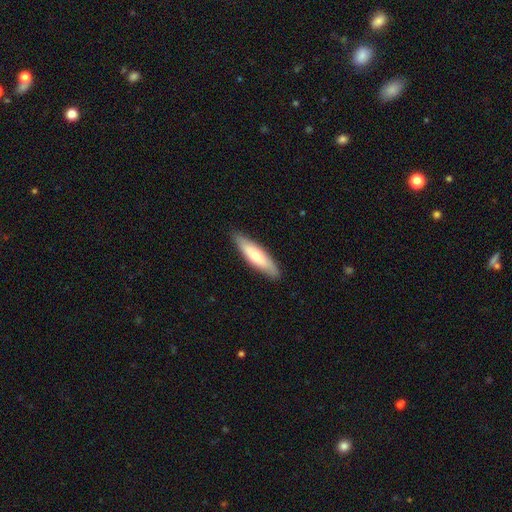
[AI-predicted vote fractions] Q: Smooth or featured?
A: smooth (67%); runner-up: featured or disk (28%)
Q: How rounded?
A: cigar-shaped (70%); runner-up: in between (28%)
Q: Merging?
A: none (88%); runner-up: minor disturbance (10%)